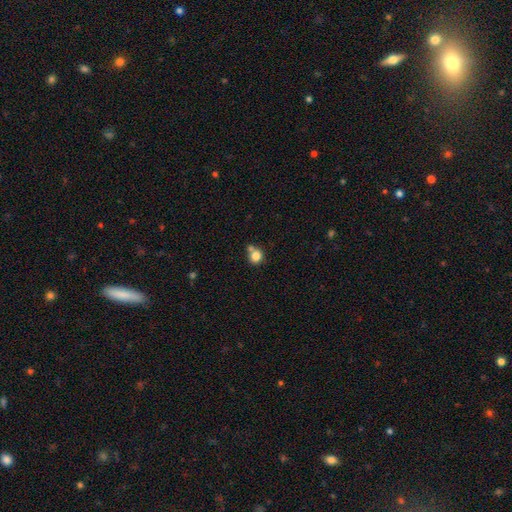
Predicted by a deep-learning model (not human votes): This is clearly a smooth galaxy (81%). How rounded: clearly round (82%). Merging: possibly none (52%).